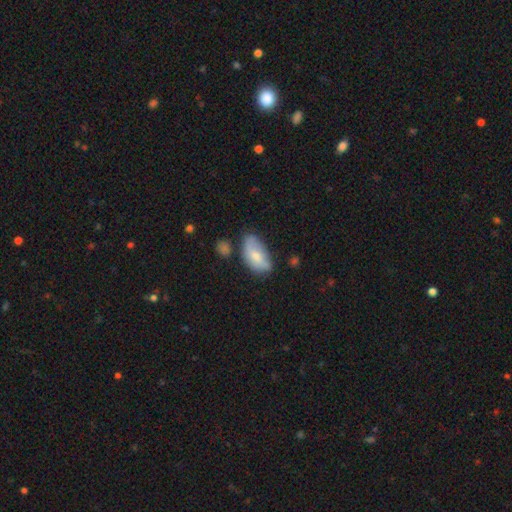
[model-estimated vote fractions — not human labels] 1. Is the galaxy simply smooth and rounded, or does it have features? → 71% smooth, 23% featured or disk, 7% star or artifact.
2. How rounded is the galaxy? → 93% in between, 4% cigar-shaped, 3% round.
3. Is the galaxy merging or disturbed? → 43% none, 37% minor disturbance, 12% major disturbance, 7% merger.